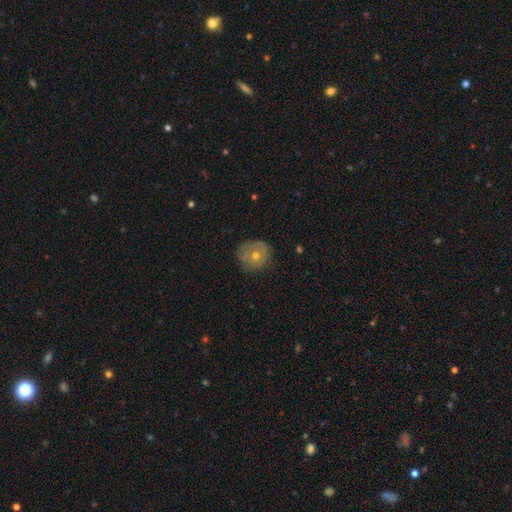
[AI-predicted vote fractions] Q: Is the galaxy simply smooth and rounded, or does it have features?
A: smooth — 47%.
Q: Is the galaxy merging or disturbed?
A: none — 80%.